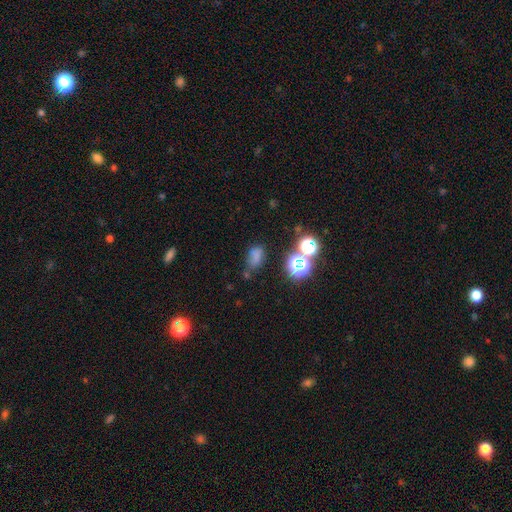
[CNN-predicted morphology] Smooth or featured?
  - smooth: 66% *
  - star or artifact: 24%
  - featured or disk: 10%
How rounded?
  - in between: 75% *
  - round: 23%
  - cigar-shaped: 3%
Merging?
  - none: 53% *
  - minor disturbance: 25%
  - merger: 11%
  - major disturbance: 11%